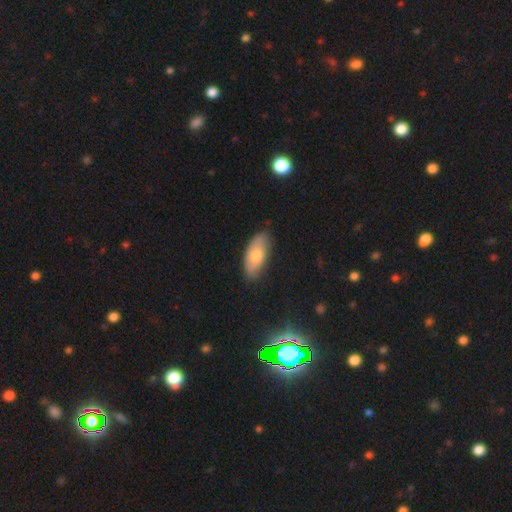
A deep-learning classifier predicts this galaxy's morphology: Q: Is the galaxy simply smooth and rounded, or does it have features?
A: smooth — 67%.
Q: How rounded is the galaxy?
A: in between — 89%.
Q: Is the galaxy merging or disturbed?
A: none — 79%.